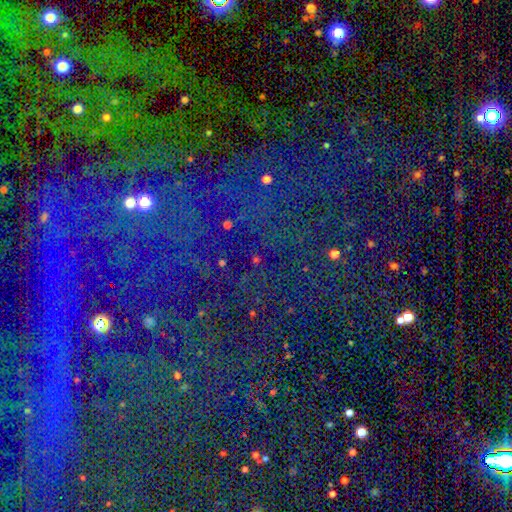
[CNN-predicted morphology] This appears to be a star or artifact, not a galaxy (85%).